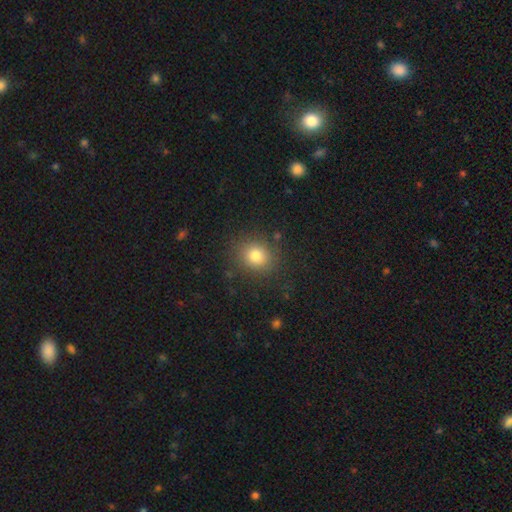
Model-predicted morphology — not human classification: smooth-or-featured: smooth: 79% | star or artifact: 13% | featured or disk: 8%
  how-rounded: round: 72% | in between: 27% | cigar-shaped: 1%
  merging: none: 83% | minor disturbance: 11% | major disturbance: 4% | merger: 2%